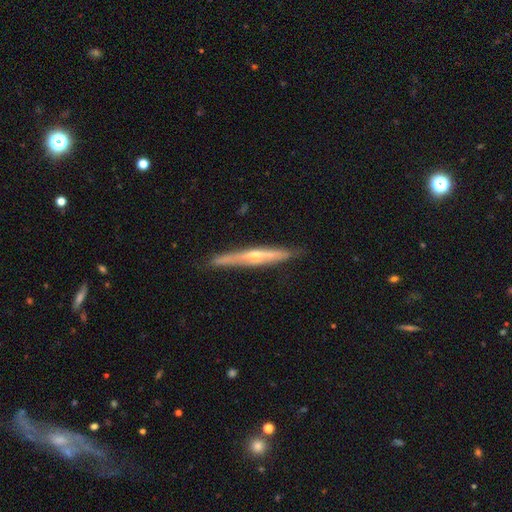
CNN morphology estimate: This appears to be a featured or disk galaxy (71%) viewed edge-on (94%) with a rounded central bulge (78%). Merging: none (84%).